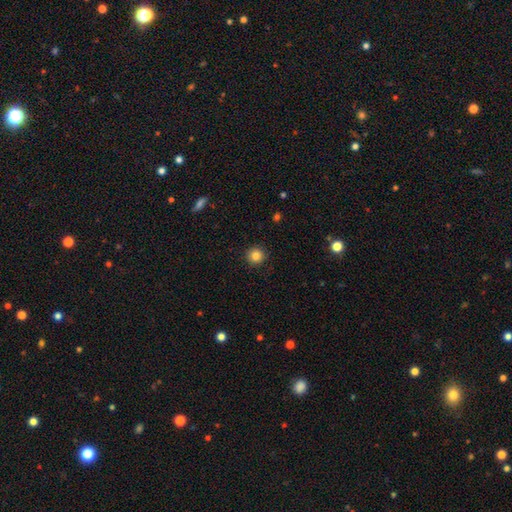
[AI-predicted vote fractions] Smooth or featured: smooth — 84% (star or artifact — 11%)
How rounded: round — 95% (in between — 4%)
Merging: none — 92% (minor disturbance — 5%)